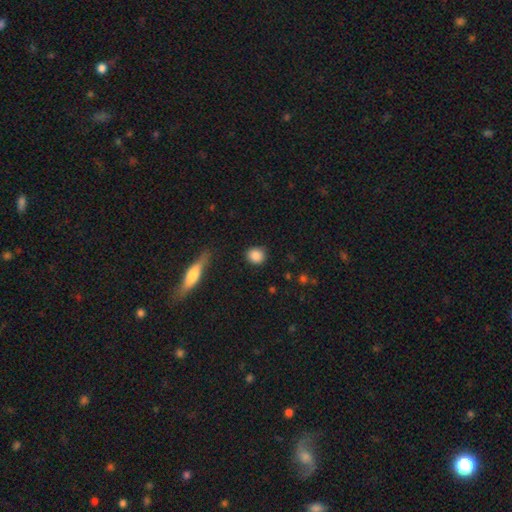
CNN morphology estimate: smooth_or_featured: smooth (p=0.87) [alt: star or artifact p=0.08]
how_rounded: round (p=0.83) [alt: in between p=0.15]
merging: none (p=0.87) [alt: minor disturbance p=0.09]